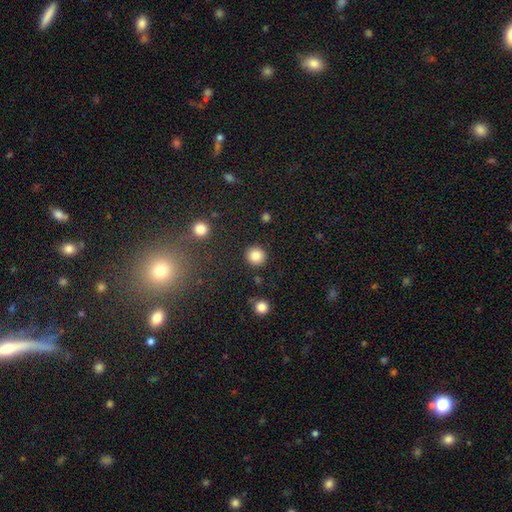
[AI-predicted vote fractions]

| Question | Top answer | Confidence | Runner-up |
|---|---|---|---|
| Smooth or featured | smooth | 86% | star or artifact (10%) |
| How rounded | round | 91% | in between (8%) |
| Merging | none | 89% | minor disturbance (6%) |